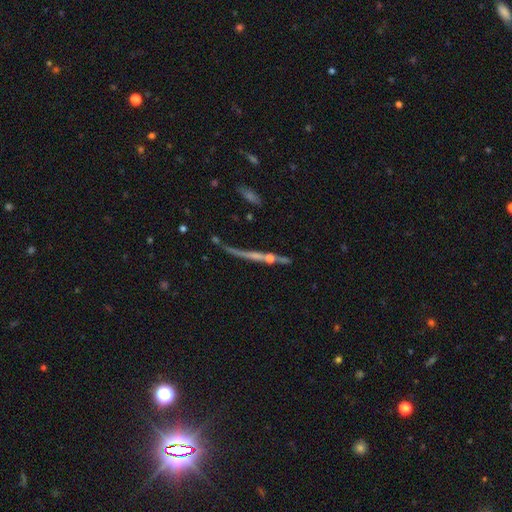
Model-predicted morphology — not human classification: featured or disk 58%, smooth 25%, star or artifact 17%. Down the decision tree: edge-on disk — yes (87%); edge-on bulge — none (54%); merging — none (59%).